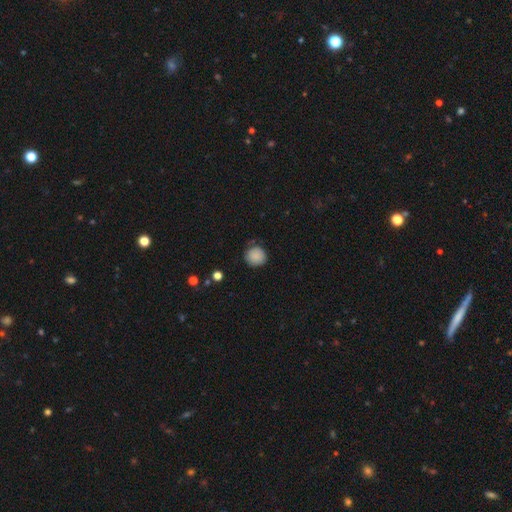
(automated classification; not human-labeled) A smooth galaxy with no disk features (87%) that is round (91%). Merging: none (80%).